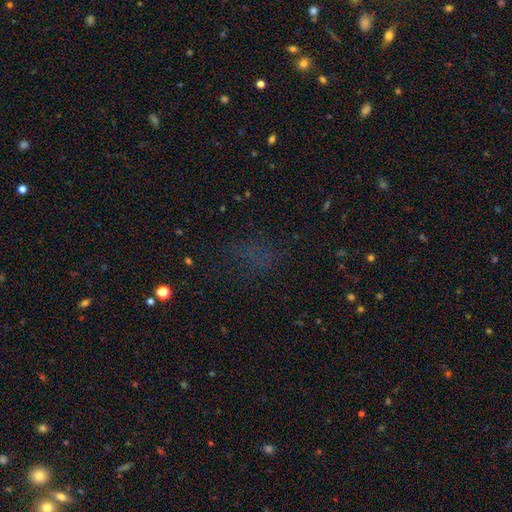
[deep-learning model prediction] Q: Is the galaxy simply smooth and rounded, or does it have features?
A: star or artifact — 47%.